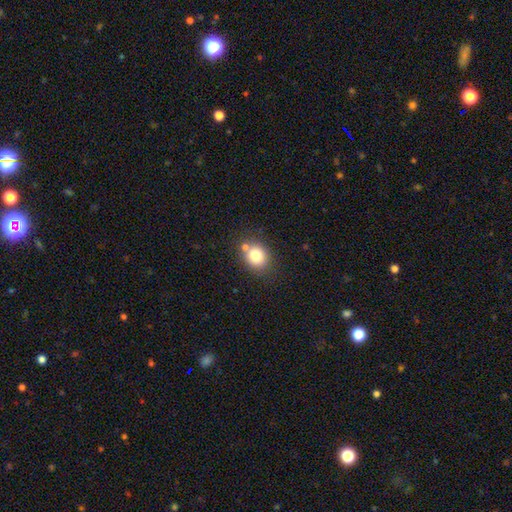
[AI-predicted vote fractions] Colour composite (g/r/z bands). It shows a smooth galaxy with no disk features (79%) that is round (65%). Merging: none (67%).